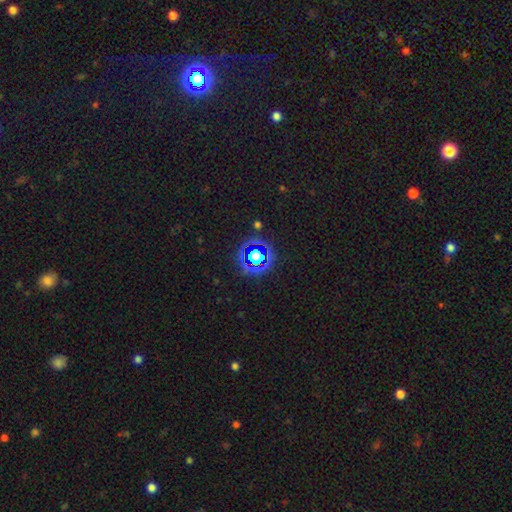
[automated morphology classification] Q: Smooth or featured?
A: star or artifact (66%); runner-up: smooth (23%)